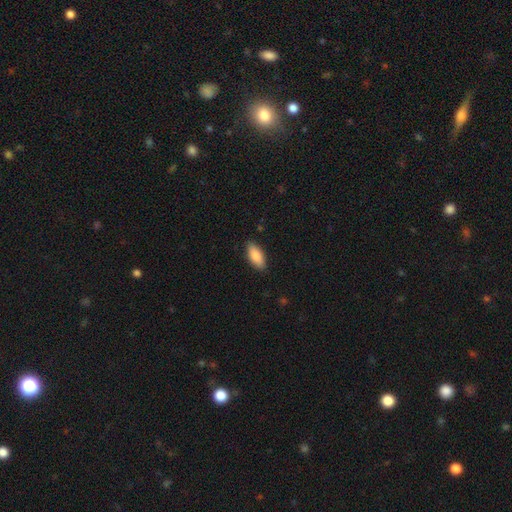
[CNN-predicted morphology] smooth-or-featured: smooth: 87% | featured or disk: 7% | star or artifact: 6%
  how-rounded: in between: 85% | cigar-shaped: 13% | round: 2%
  merging: none: 86% | minor disturbance: 10% | major disturbance: 2% | merger: 1%